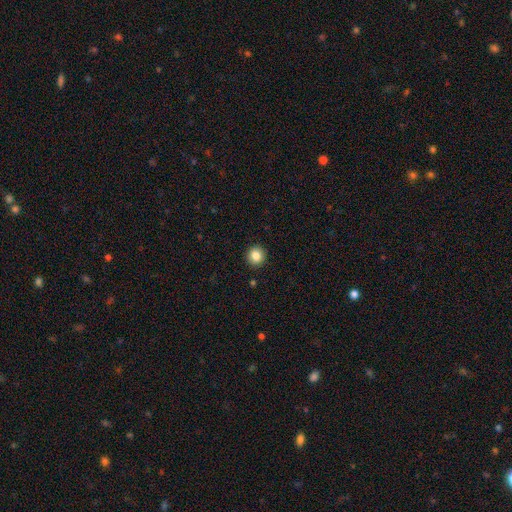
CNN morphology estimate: Smooth or featured? smooth (85%)
How rounded? round (91%)
Merging? none (92%)